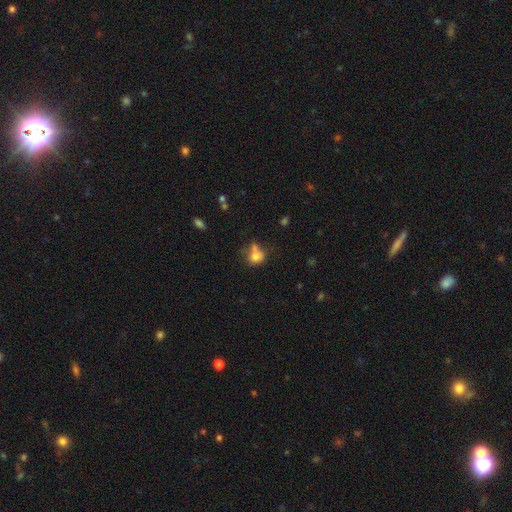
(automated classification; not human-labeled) smooth 76%, featured or disk 12%, star or artifact 12%. Down the decision tree: how rounded — round (64%); merging — none (41%).